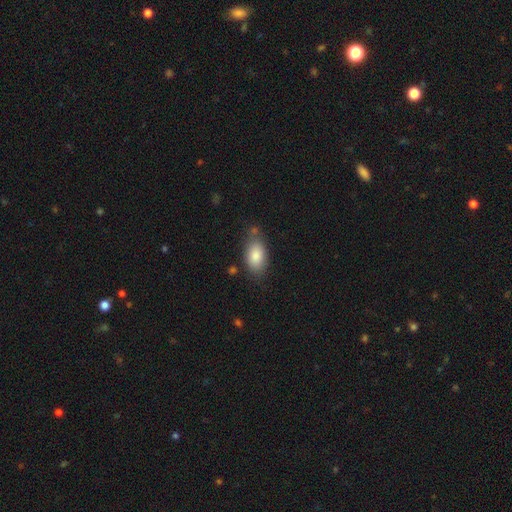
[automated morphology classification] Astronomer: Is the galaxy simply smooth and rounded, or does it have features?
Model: smooth — 85%.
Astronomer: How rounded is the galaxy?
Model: in between — 92%.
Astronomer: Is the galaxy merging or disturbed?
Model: none — 70%.